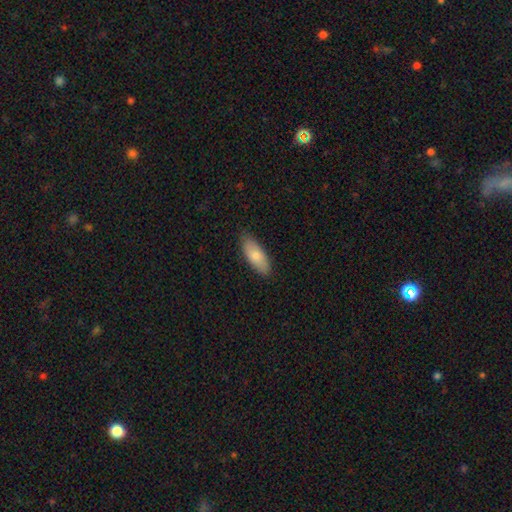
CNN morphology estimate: Q: Smooth or featured?
A: smooth (78%); runner-up: featured or disk (17%)
Q: How rounded?
A: in between (78%); runner-up: cigar-shaped (20%)
Q: Merging?
A: none (85%); runner-up: minor disturbance (12%)